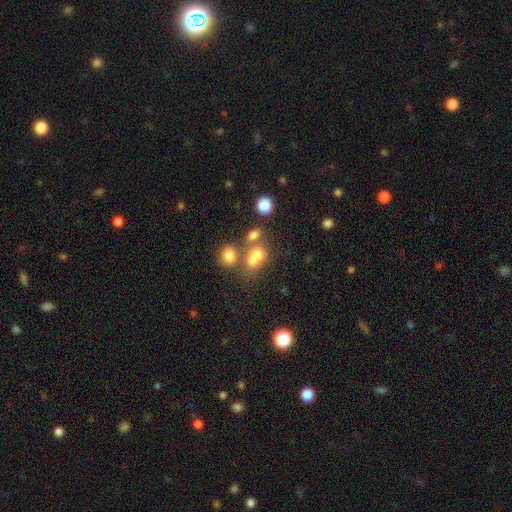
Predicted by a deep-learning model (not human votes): smooth-or-featured: smooth: 67% | star or artifact: 18% | featured or disk: 15%
  how-rounded: round: 65% | in between: 34% | cigar-shaped: 2%
  merging: merger: 46% | none: 38% | minor disturbance: 9% | major disturbance: 6%